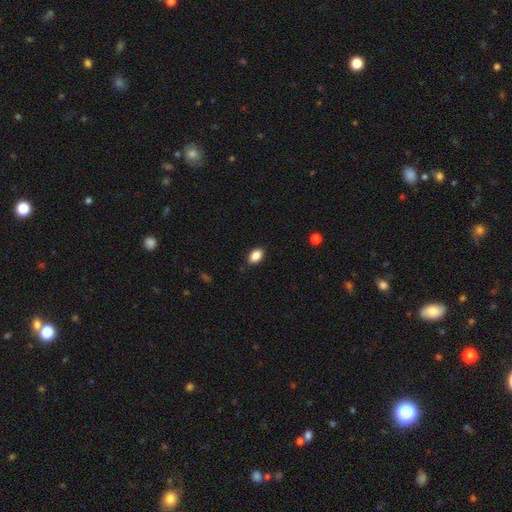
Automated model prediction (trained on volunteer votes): Q: Smooth or featured?
A: smooth (88%); runner-up: star or artifact (8%)
Q: How rounded?
A: in between (87%); runner-up: round (11%)
Q: Merging?
A: none (84%); runner-up: minor disturbance (12%)